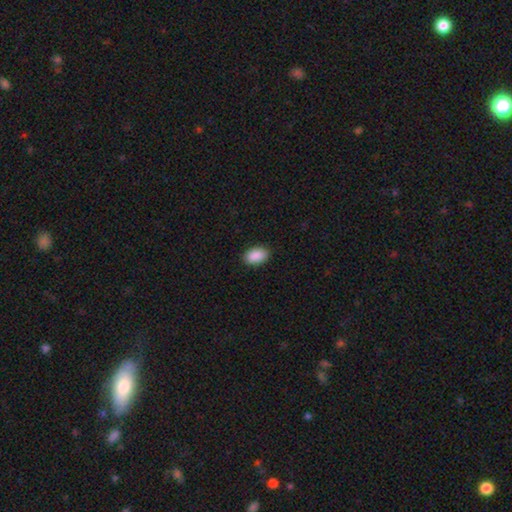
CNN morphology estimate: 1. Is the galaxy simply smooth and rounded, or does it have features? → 91% smooth, 6% star or artifact, 3% featured or disk.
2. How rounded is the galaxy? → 93% in between, 5% round, 1% cigar-shaped.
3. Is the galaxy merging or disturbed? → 89% none, 8% minor disturbance, 2% major disturbance, 1% merger.